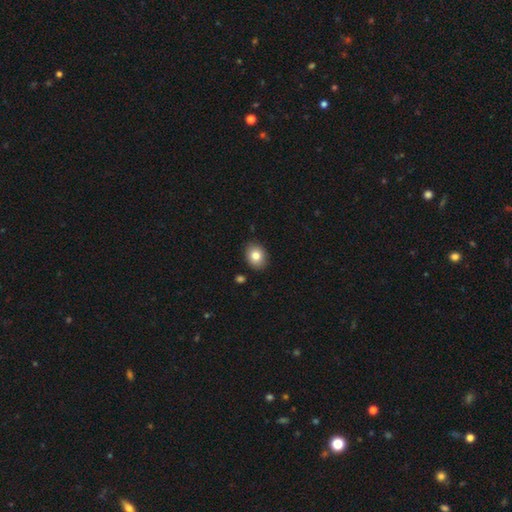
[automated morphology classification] A smooth galaxy with no disk features (82%) that is in between round and cigar-shaped (52%).

Vote fractions:
- Smooth or featured? smooth: 82% / featured or disk: 9% / star or artifact: 9%
- How rounded? in between: 52% / round: 48% / cigar-shaped: 1%
- Merging? none: 87% / minor disturbance: 9% / major disturbance: 2% / merger: 2%